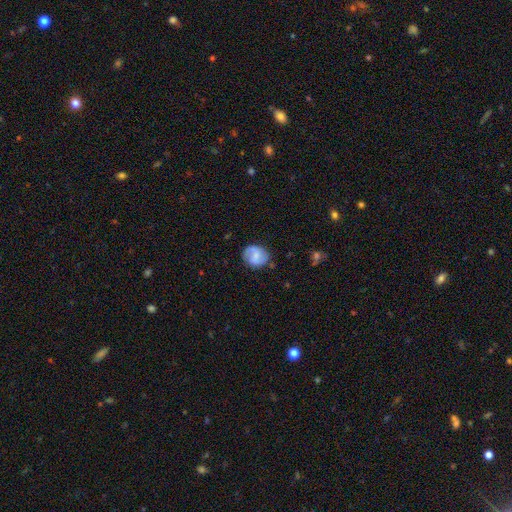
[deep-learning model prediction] Smooth or featured: featured or disk — 51% (smooth — 41%)
Edge-on disk: no — 97% (yes — 3%)
Bar: weak — 51% (no — 33%)
Spiral arms: yes — 86% (no — 14%)
Bulge size: small — 43% (moderate — 28%)
Merging: none — 75% (minor disturbance — 18%)